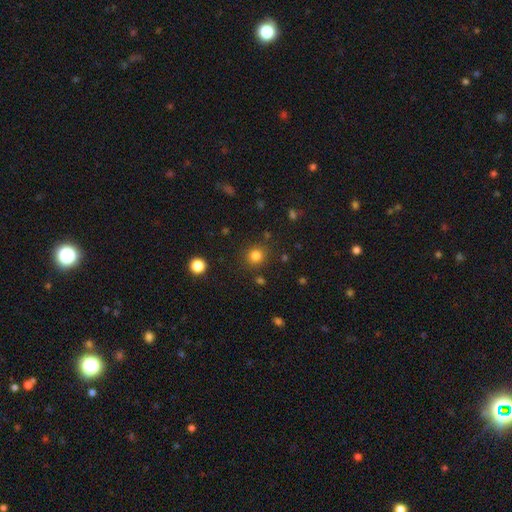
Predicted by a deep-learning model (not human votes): Smooth or featured?
  - smooth: 82% *
  - star or artifact: 14%
  - featured or disk: 5%
How rounded?
  - round: 89% *
  - in between: 10%
  - cigar-shaped: 1%
Merging?
  - none: 86% *
  - minor disturbance: 8%
  - major disturbance: 3%
  - merger: 3%